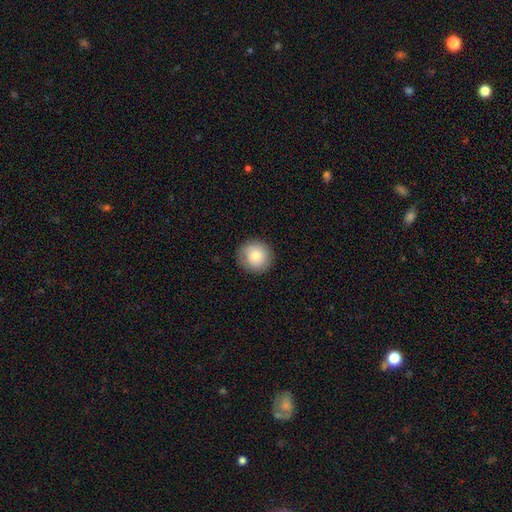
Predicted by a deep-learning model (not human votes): smooth-or-featured: smooth: 79% | featured or disk: 13% | star or artifact: 8%
  how-rounded: round: 93% | in between: 6% | cigar-shaped: 1%
  merging: none: 87% | minor disturbance: 10% | major disturbance: 3% | merger: 1%